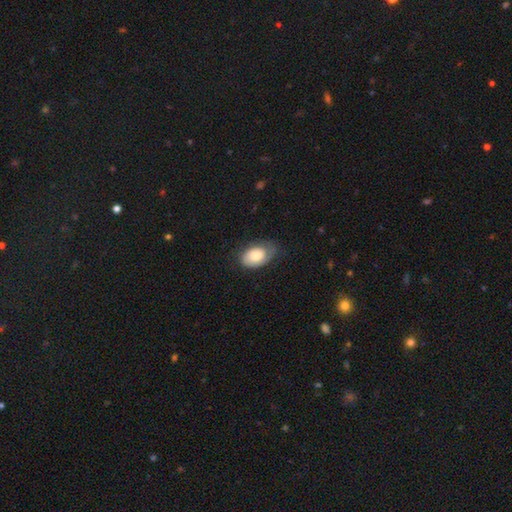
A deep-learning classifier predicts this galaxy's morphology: Smooth or featured? smooth (68%)
How rounded? in between (90%)
Merging? none (56%)